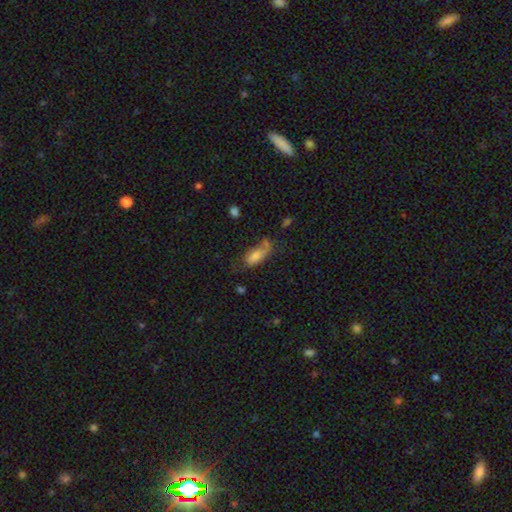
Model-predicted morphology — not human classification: The model was most divided on "merging": none: 40%, minor disturbance: 28%, major disturbance: 19%, merger: 13%. More confident: how rounded — in between (81%); smooth or featured — smooth (73%).